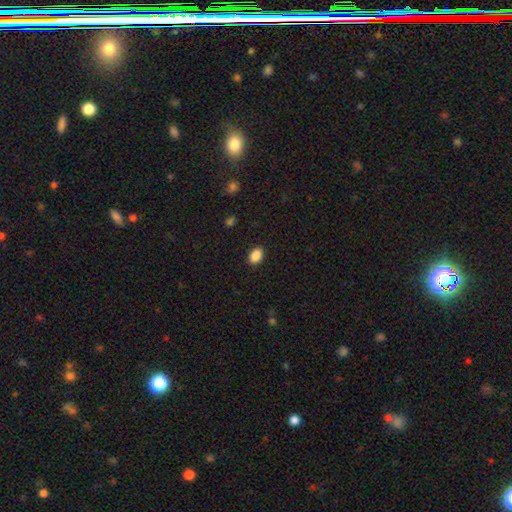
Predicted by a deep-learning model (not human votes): Morphology: type=smooth (89%); roundness=in between (79%); merging=none (89%).